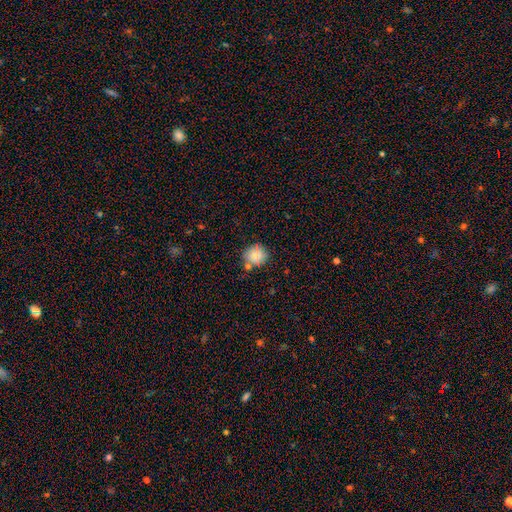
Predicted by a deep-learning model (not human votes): Morphology: type=smooth (82%); roundness=round (83%); merging=none (71%).